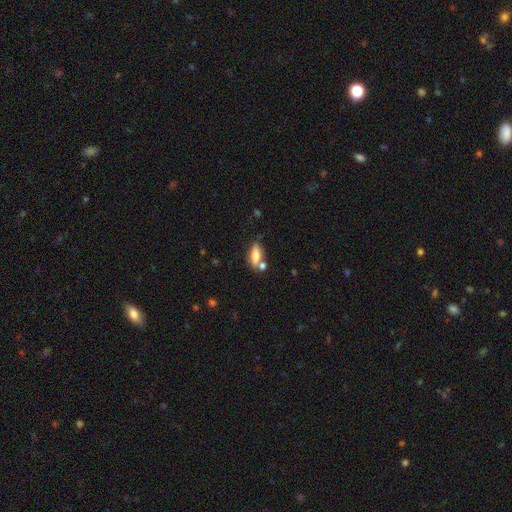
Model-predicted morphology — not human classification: The model was most divided on "how rounded": in between: 60%, cigar-shaped: 36%, round: 4%. More confident: smooth or featured — smooth (66%); merging — none (60%).